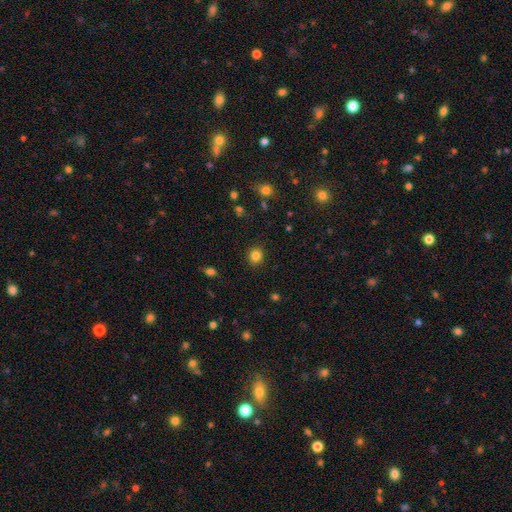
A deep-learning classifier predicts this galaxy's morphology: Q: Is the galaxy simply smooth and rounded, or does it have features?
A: smooth — 84%.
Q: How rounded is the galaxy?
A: round — 81%.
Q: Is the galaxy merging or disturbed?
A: none — 90%.